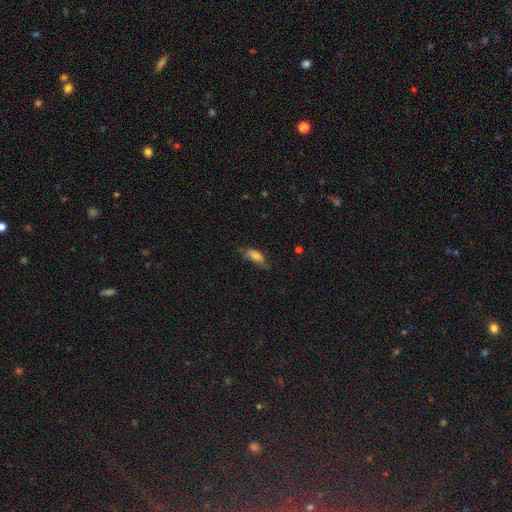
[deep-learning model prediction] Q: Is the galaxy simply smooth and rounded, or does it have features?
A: smooth — 75%.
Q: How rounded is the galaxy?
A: in between — 73%.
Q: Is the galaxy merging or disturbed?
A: none — 53%.